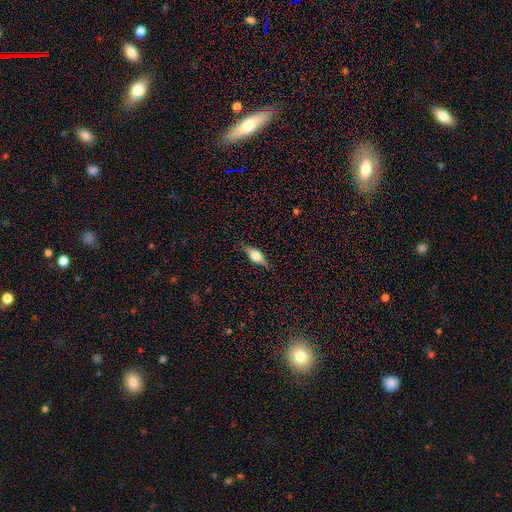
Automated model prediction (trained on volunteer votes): Morphology: type=smooth (51%); roundness=in between (70%); merging=none (81%).